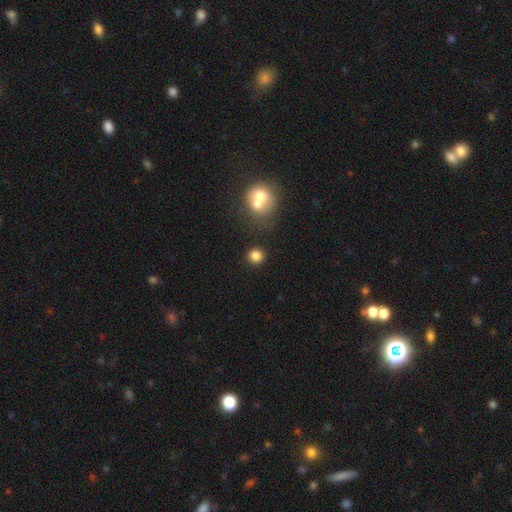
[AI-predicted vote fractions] smooth-or-featured: smooth: 83% | star or artifact: 12% | featured or disk: 6%
  how-rounded: round: 90% | in between: 9% | cigar-shaped: 1%
  merging: none: 82% | merger: 8% | minor disturbance: 7% | major disturbance: 3%